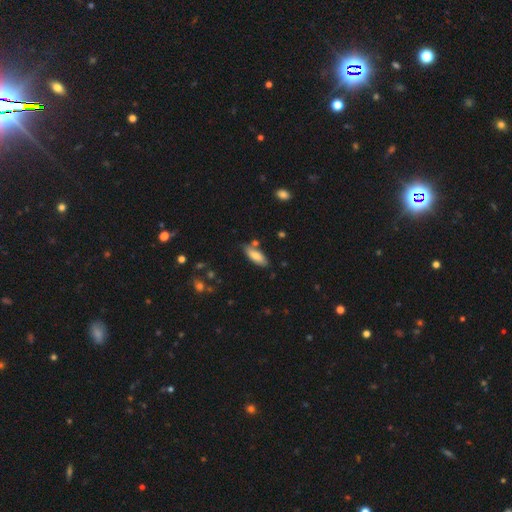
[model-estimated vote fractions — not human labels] smooth-or-featured: smooth: 80% | featured or disk: 13% | star or artifact: 7%
  how-rounded: in between: 71% | cigar-shaped: 27% | round: 2%
  merging: none: 74% | minor disturbance: 16% | merger: 7% | major disturbance: 3%